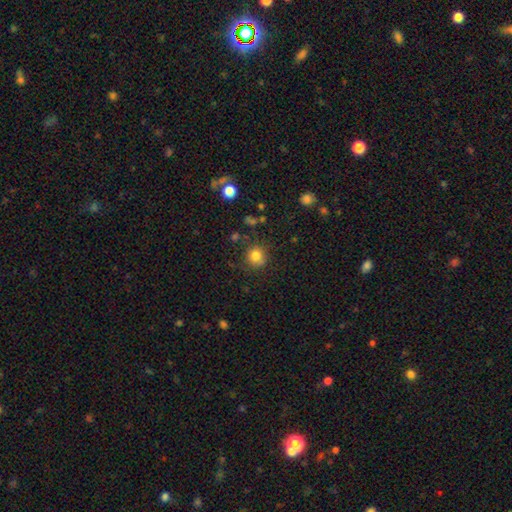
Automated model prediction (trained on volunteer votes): Smooth or featured? Predicted: smooth (p=0.82). How rounded? Predicted: round (p=0.89). Merging? Predicted: none (p=0.79).